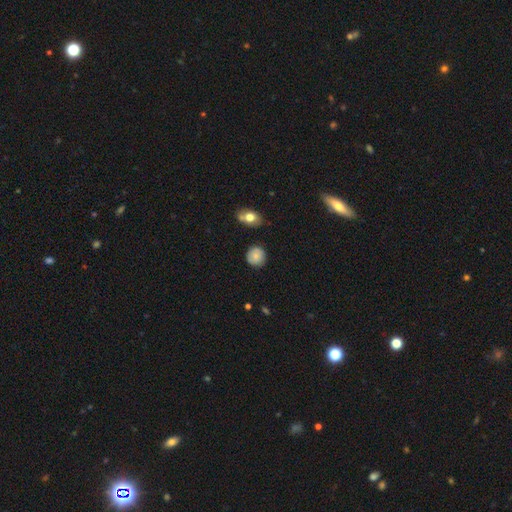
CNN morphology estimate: Overall: smooth (80%). How rounded: round (88%). Merging: none (84%).